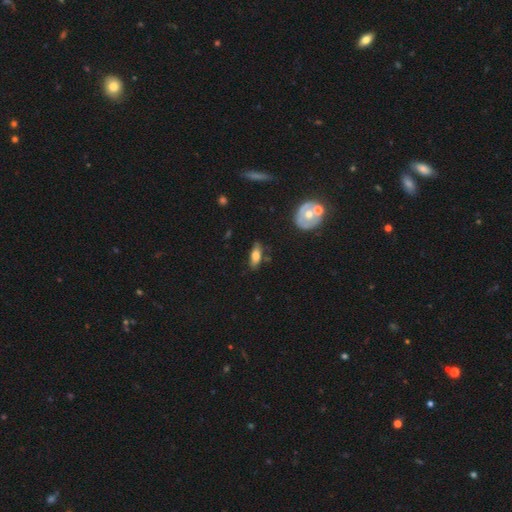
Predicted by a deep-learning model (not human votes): smooth_or_featured: smooth (p=0.71) [alt: featured or disk p=0.21]
how_rounded: in between (p=0.75) [alt: cigar-shaped p=0.21]
merging: none (p=0.71) [alt: minor disturbance p=0.21]